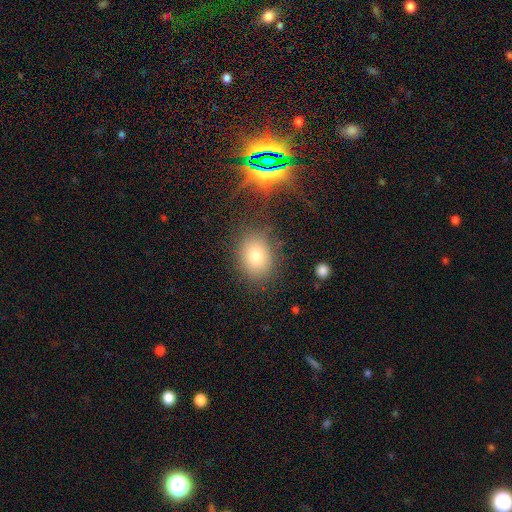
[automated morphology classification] Overall: smooth (75%). How rounded: in between (59%; round 40%). Merging: none (81%).